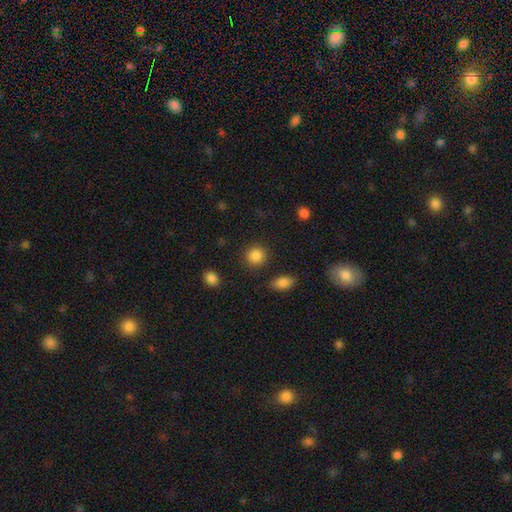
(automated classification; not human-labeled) This is clearly a smooth galaxy (87%). How rounded: clearly round (89%). Merging: clearly none (88%).